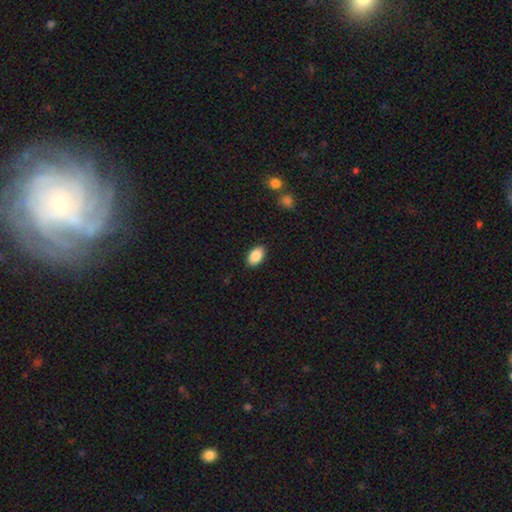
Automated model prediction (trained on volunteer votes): This is clearly a smooth galaxy (88%). How rounded: clearly in between (91%). Merging: clearly none (88%).